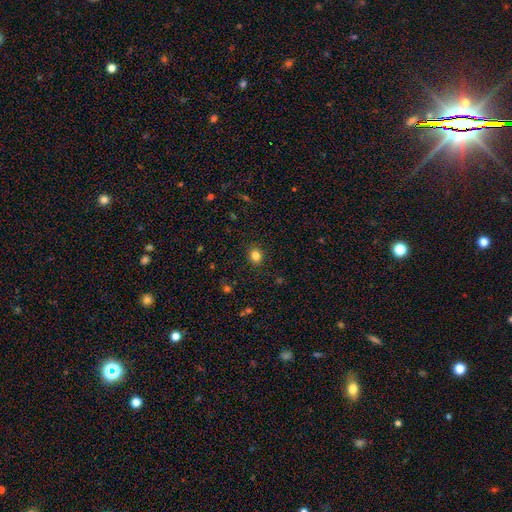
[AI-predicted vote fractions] Smooth or featured? smooth (82%)
How rounded? round (66%)
Merging? none (89%)